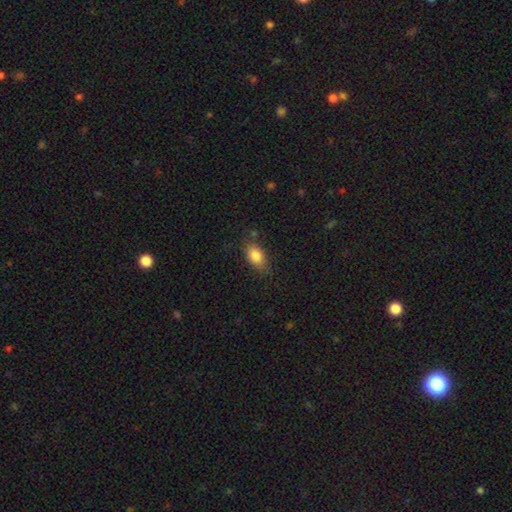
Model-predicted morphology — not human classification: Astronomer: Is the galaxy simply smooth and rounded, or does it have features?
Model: smooth — 83%.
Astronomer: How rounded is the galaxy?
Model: in between — 87%.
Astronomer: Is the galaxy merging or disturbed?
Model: none — 75%.